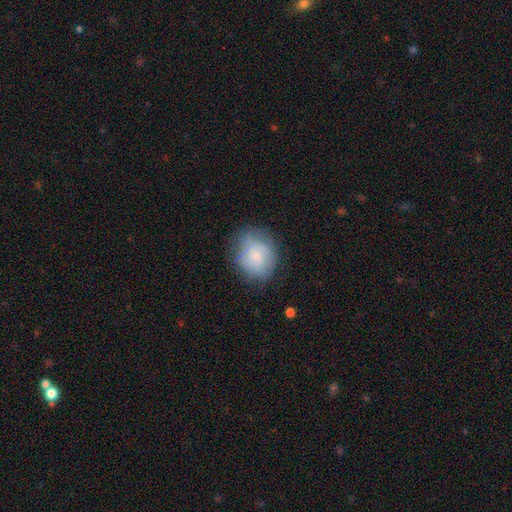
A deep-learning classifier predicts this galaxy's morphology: Smooth or featured? Predicted: smooth (p=0.67). How rounded? Predicted: round (p=0.65). Merging? Predicted: none (p=0.68).